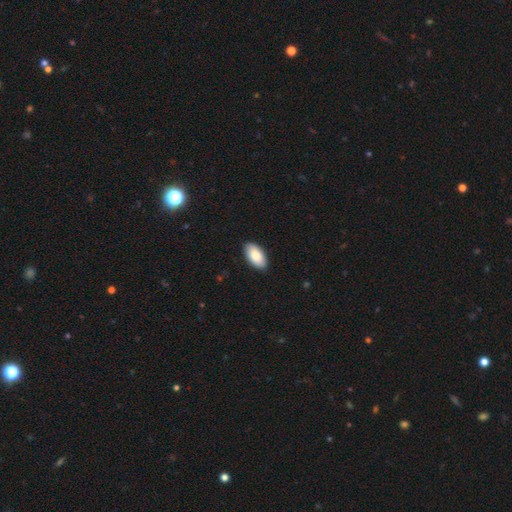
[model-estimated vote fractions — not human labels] Overall: smooth (85%). How rounded: in between (96%). Merging: none (89%).